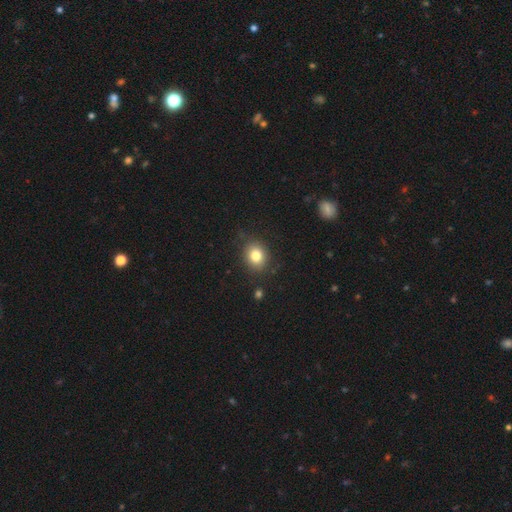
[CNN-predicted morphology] smooth-or-featured: smooth: 81% | star or artifact: 11% | featured or disk: 8%
  how-rounded: round: 63% | in between: 36% | cigar-shaped: 1%
  merging: none: 85% | minor disturbance: 10% | major disturbance: 3% | merger: 2%